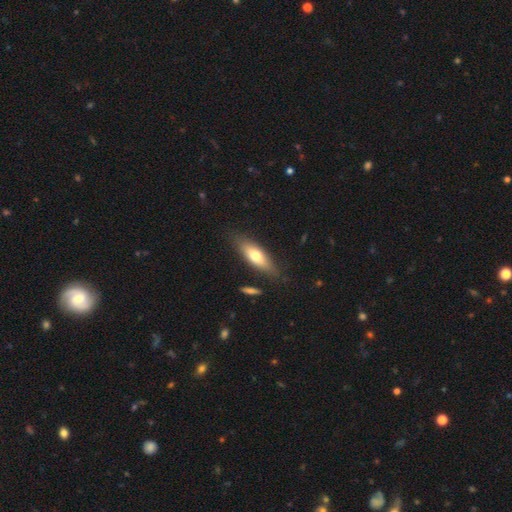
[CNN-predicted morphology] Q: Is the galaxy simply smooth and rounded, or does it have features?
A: smooth — 67%.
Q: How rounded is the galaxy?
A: in between — 56%.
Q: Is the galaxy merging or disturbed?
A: none — 81%.